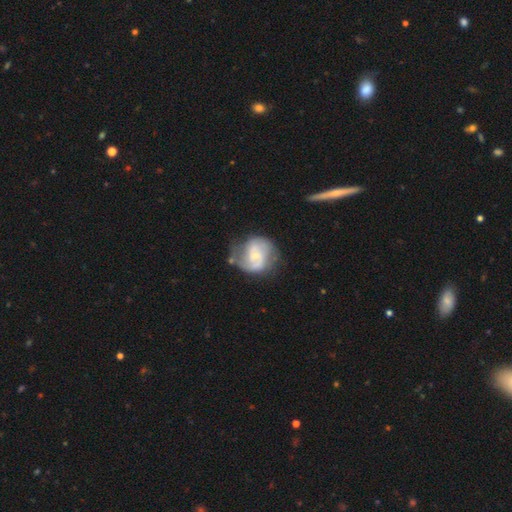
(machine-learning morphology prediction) smooth-or-featured: featured or disk: 70% | smooth: 24% | star or artifact: 6%
  disk-edge-on: no: 98% | yes: 2%
    bar: no: 49% | weak: 42% | strong: 9%
    has-spiral-arms: yes: 85% | no: 15%
      spiral-winding: medium: 46% | loose: 27% | tight: 27%
      spiral-arm-count: 2: 73% | can't tell: 16% | 1: 5% | 3: 4% | 4: 1% | more than 4: 1%
    bulge-size: small: 60% | moderate: 28% | none: 8% | large: 3% | dominant: 1%
  merging: none: 49% | minor disturbance: 26% | major disturbance: 18% | merger: 6%